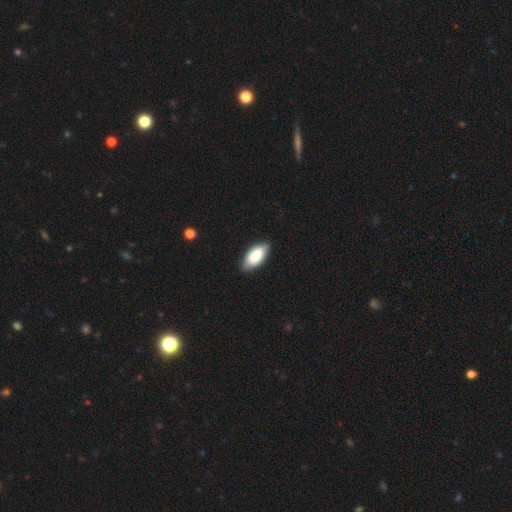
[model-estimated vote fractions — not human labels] Morphology: type=smooth (80%); roundness=in between (91%); merging=none (80%).